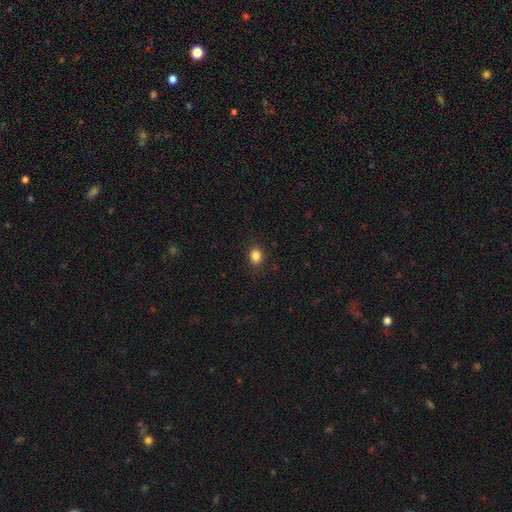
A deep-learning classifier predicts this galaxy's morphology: Q: Smooth or featured?
A: smooth (85%); runner-up: star or artifact (11%)
Q: How rounded?
A: round (56%); runner-up: in between (43%)
Q: Merging?
A: none (89%); runner-up: minor disturbance (8%)